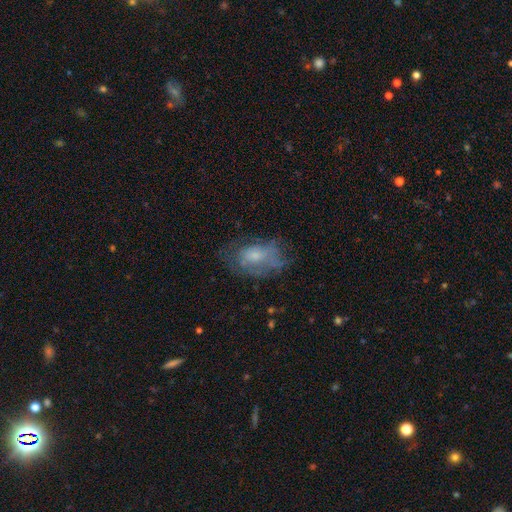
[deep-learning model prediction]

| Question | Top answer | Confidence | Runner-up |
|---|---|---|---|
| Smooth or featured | smooth | 49% | featured or disk (41%) |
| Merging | none | 50% | minor disturbance (27%) |